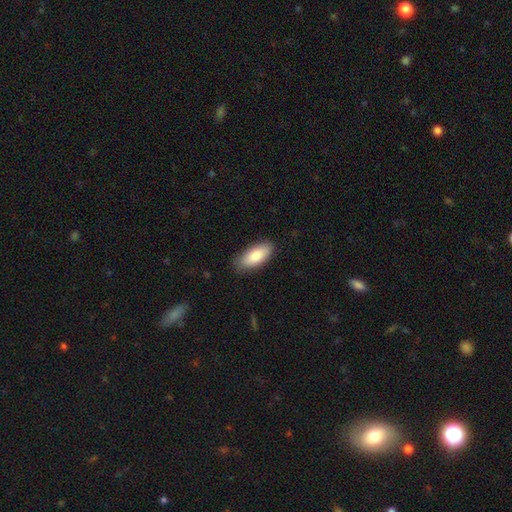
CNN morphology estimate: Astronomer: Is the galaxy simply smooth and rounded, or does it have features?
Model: smooth — 84%.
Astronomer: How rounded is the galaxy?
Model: in between — 85%.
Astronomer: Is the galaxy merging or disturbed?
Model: none — 84%.